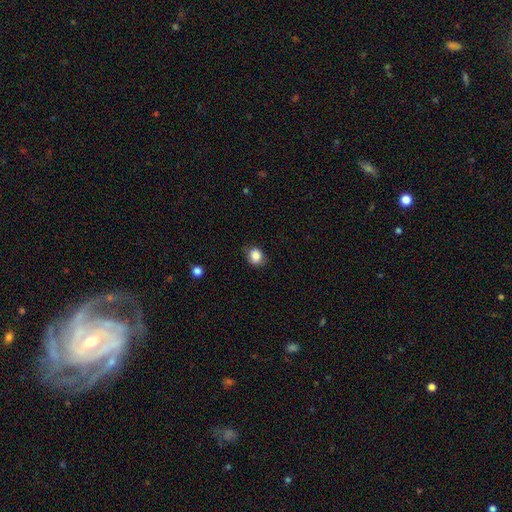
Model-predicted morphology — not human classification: A smooth galaxy with no disk features (84%) that is round (70%).

Vote fractions:
- Smooth or featured? smooth: 84% / star or artifact: 10% / featured or disk: 7%
- How rounded? round: 70% / in between: 29% / cigar-shaped: 1%
- Merging? none: 74% / minor disturbance: 20% / major disturbance: 4% / merger: 1%